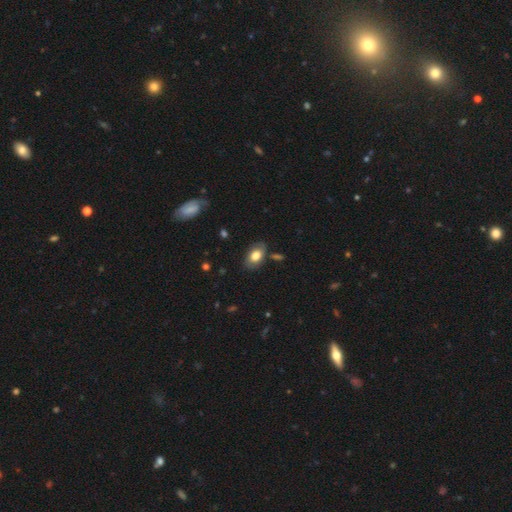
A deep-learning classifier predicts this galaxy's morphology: Smooth or featured: smooth — 71% (featured or disk — 22%)
How rounded: in between — 90% (round — 9%)
Merging: none — 77% (minor disturbance — 16%)